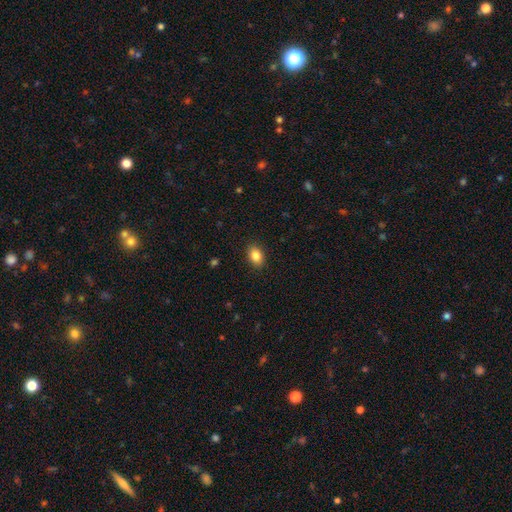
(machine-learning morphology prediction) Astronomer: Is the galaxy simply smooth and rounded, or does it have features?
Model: smooth — 86%.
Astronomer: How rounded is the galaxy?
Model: in between — 78%.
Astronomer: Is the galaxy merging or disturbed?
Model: none — 88%.